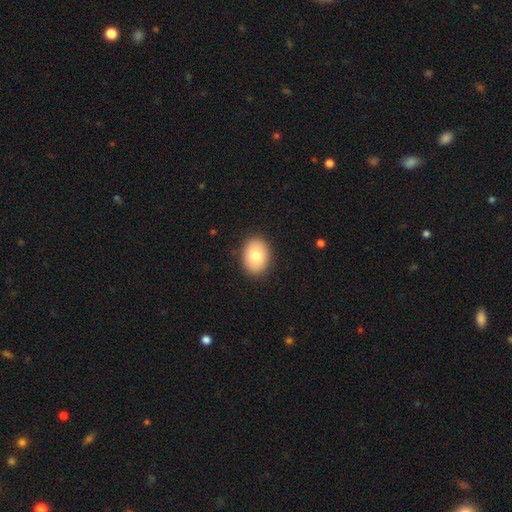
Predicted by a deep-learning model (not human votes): This appears to be a smooth galaxy with no disk features (81%) that is in between round and cigar-shaped (71%). Merging: none (89%).